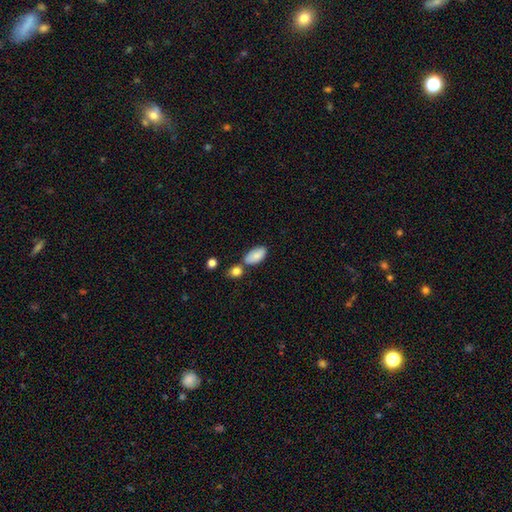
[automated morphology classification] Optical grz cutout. It shows a smooth galaxy with no disk features (85%) that is in between round and cigar-shaped (93%). Merging: none (61%).